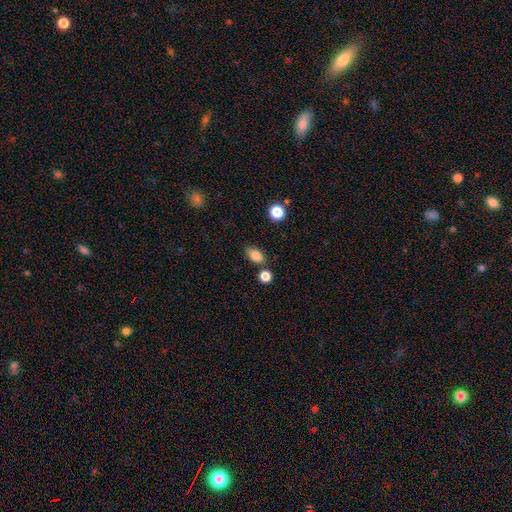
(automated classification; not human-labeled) Q: Smooth or featured?
A: smooth (84%); runner-up: star or artifact (10%)
Q: How rounded?
A: in between (79%); runner-up: round (20%)
Q: Merging?
A: none (75%); runner-up: minor disturbance (12%)